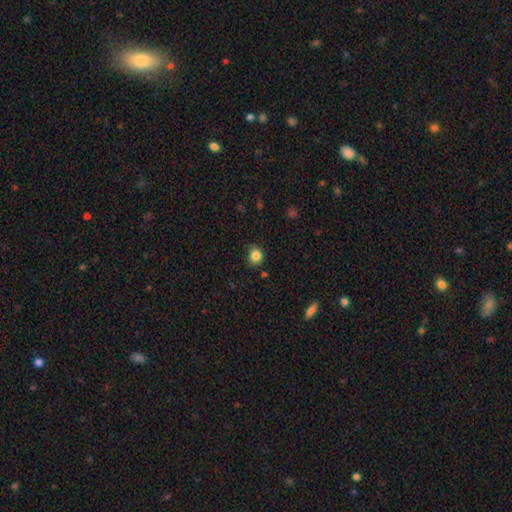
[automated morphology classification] type=smooth (84%); roundness=round (71%); merging=none (82%).